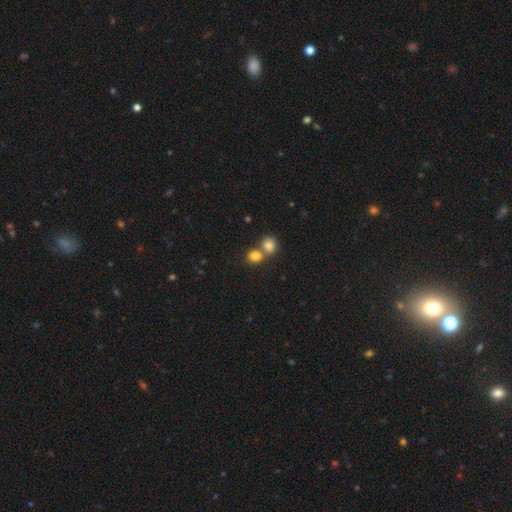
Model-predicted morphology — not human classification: Smooth or featured? Predicted: smooth (p=0.82). How rounded? Predicted: round (p=0.69). Merging? Predicted: merger (p=0.48).